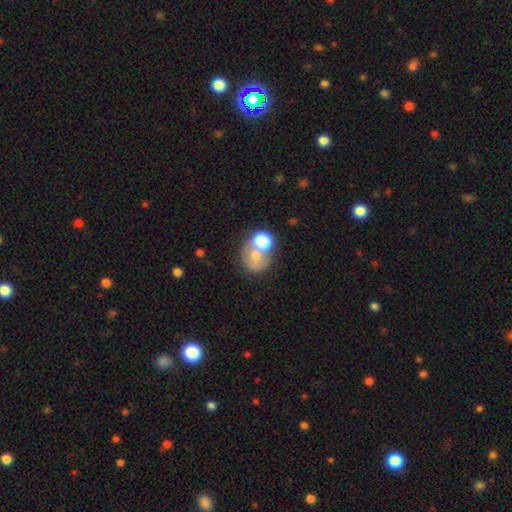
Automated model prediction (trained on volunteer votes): Smooth or featured? smooth (63%)
How rounded? round (61%)
Merging? merger (56%)